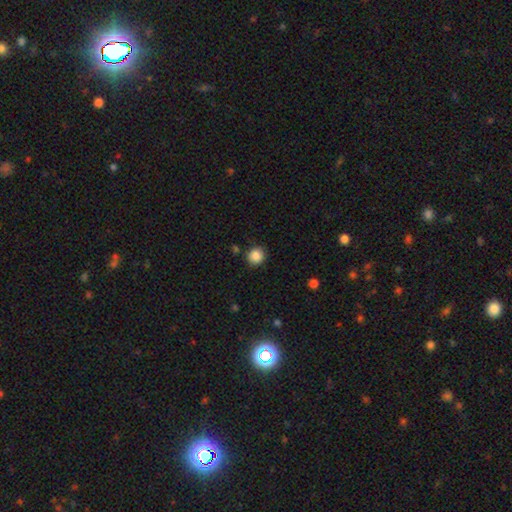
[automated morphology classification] Smooth or featured? Predicted: smooth (p=0.86). How rounded? Predicted: round (p=0.90). Merging? Predicted: none (p=0.86).